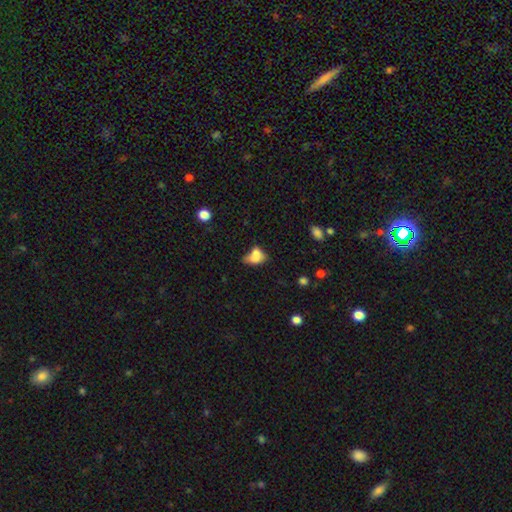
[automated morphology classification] This appears to be a smooth galaxy with no disk features (71%) that is in between round and cigar-shaped (78%). Merging: merger (38%).